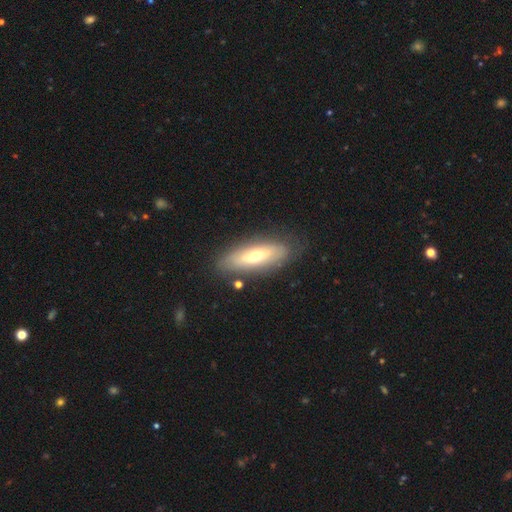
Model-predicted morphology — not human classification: smooth-or-featured: featured or disk: 47% (tied) | smooth: 47% (tied) | star or artifact: 6%
  merging: none: 80% | minor disturbance: 14% | major disturbance: 4% | merger: 2%